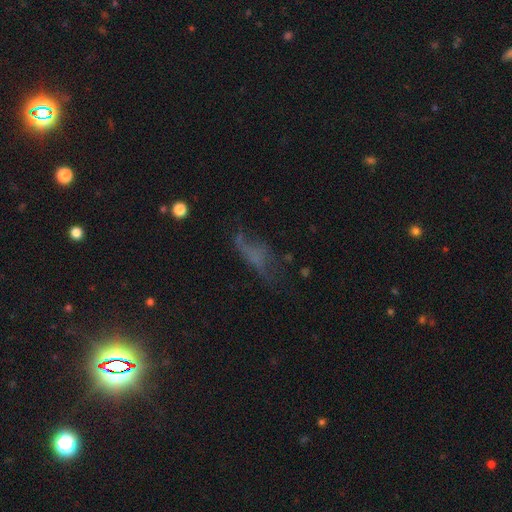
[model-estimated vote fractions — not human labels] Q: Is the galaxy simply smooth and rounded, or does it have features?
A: smooth — 41%.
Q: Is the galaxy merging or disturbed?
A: none — 37%.